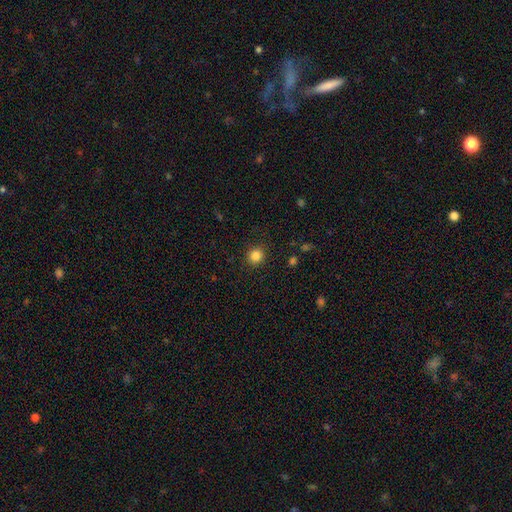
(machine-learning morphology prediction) type=smooth (84%); roundness=round (90%); merging=none (90%).